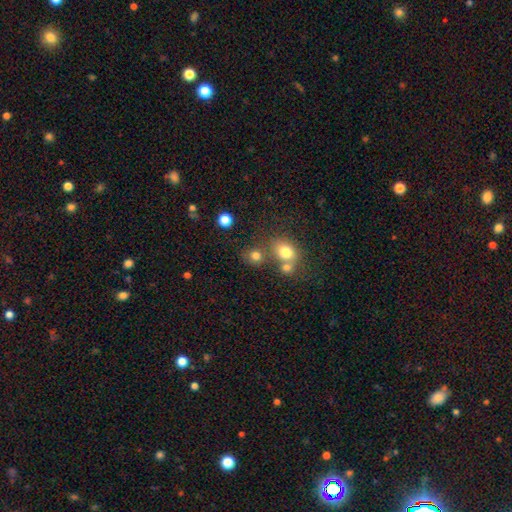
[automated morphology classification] Smooth or featured? smooth (77%)
How rounded? round (75%)
Merging? none (56%)